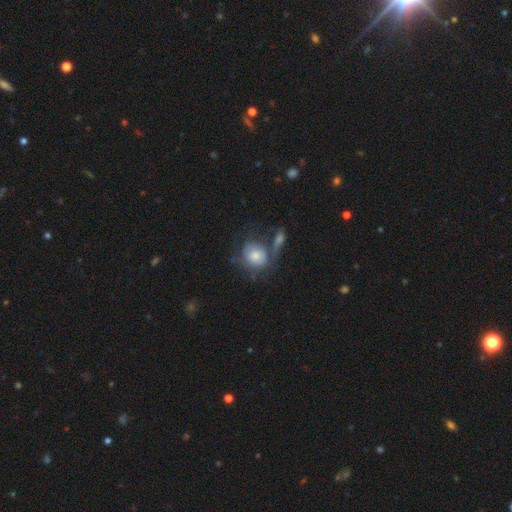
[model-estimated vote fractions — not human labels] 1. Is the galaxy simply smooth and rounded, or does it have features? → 67% smooth, 24% featured or disk, 8% star or artifact.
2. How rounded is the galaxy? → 73% round, 25% in between, 1% cigar-shaped.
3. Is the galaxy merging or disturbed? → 37% none, 28% merger, 19% minor disturbance, 16% major disturbance.